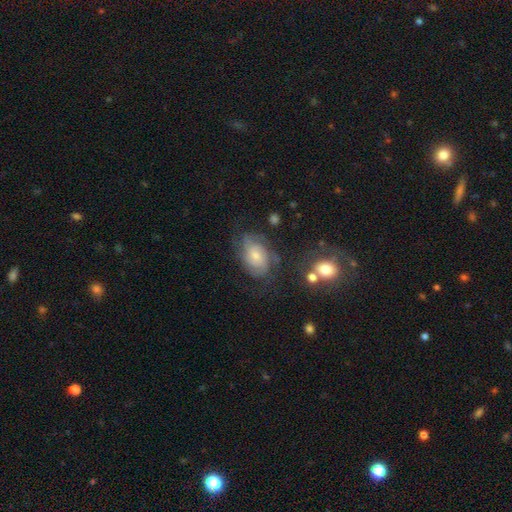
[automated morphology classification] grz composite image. It shows a featured or disk galaxy (68%) with no bar (71%), tight (53%) spiral arms (89%) and a small central bulge (46%). Merging: none (62%).